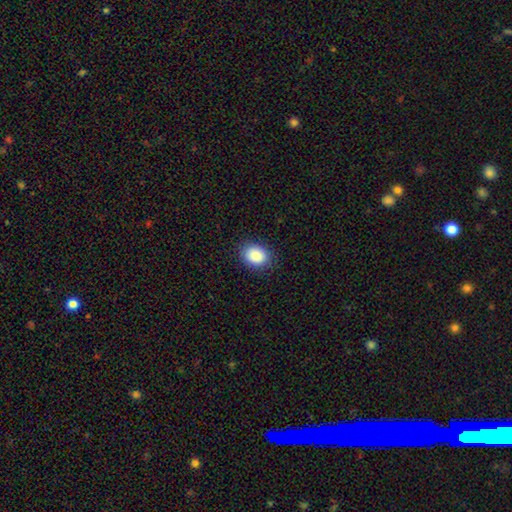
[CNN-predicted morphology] Smooth or featured: smooth — 88% (star or artifact — 8%)
How rounded: in between — 56% (round — 43%)
Merging: none — 87% (minor disturbance — 10%)